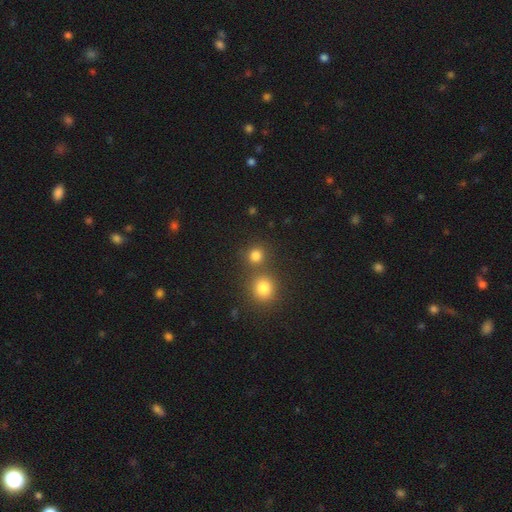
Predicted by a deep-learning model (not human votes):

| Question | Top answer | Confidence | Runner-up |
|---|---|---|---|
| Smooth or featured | smooth | 80% | star or artifact (15%) |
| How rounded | round | 88% | in between (11%) |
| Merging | none | 68% | merger (23%) |